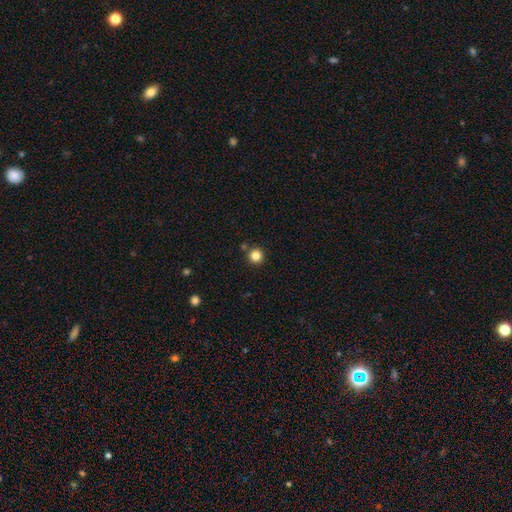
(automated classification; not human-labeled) Morphology: type=smooth (83%); roundness=round (96%); merging=none (87%).